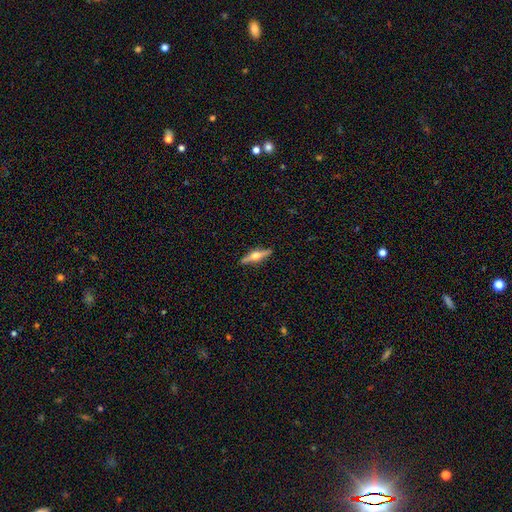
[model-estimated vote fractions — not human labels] A featured or disk galaxy (68%) viewed edge-on (96%) with a rounded central bulge (95%). Merging: none (89%).